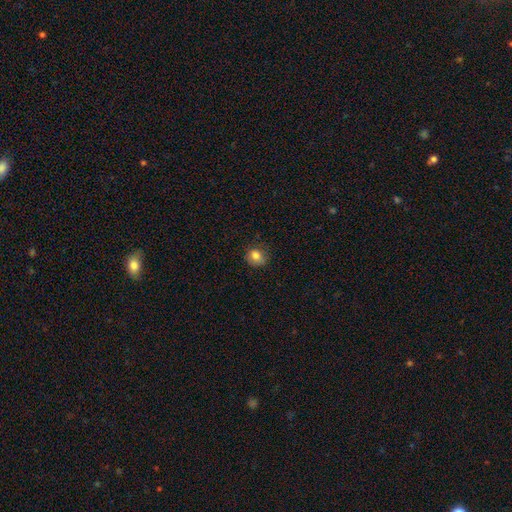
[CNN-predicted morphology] The model was most divided on "how rounded": round: 74%, in between: 25%, cigar-shaped: 1%. More confident: smooth or featured — smooth (82%); merging — none (77%).